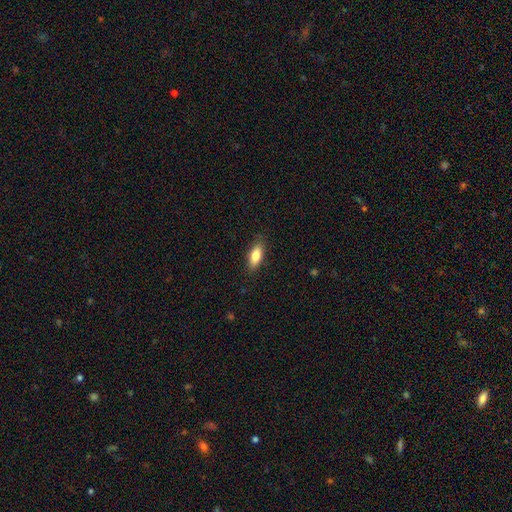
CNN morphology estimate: A smooth galaxy with no disk features (81%) that is in between round and cigar-shaped (79%).

Vote fractions:
- Smooth or featured? smooth: 81% / featured or disk: 12% / star or artifact: 7%
- How rounded? in between: 79% / cigar-shaped: 18% / round: 3%
- Merging? none: 85% / minor disturbance: 12% / major disturbance: 3% / merger: 1%